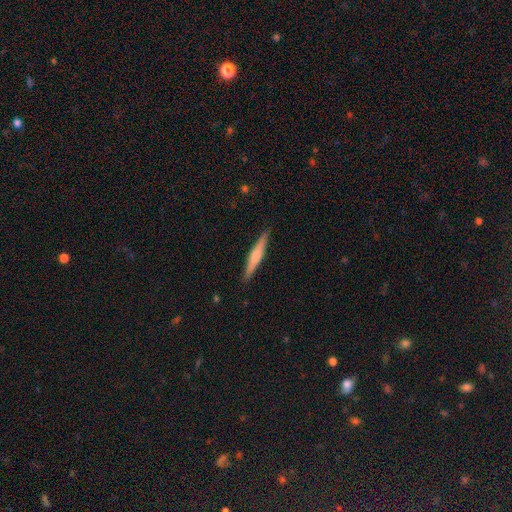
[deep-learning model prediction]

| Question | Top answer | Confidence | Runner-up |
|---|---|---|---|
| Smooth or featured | smooth | 48% | featured or disk (47%) |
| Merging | none | 90% | minor disturbance (8%) |